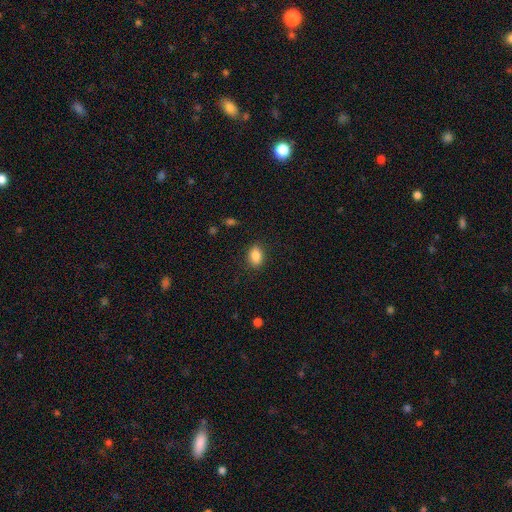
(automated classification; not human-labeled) smooth-or-featured: smooth: 86% | star or artifact: 9% | featured or disk: 5%
  how-rounded: in between: 80% | round: 18% | cigar-shaped: 2%
  merging: none: 87% | minor disturbance: 9% | major disturbance: 3% | merger: 1%